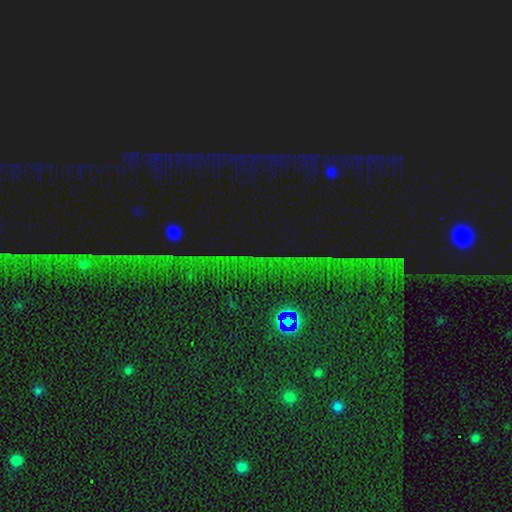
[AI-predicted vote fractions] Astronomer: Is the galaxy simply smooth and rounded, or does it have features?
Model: star or artifact — 84%.